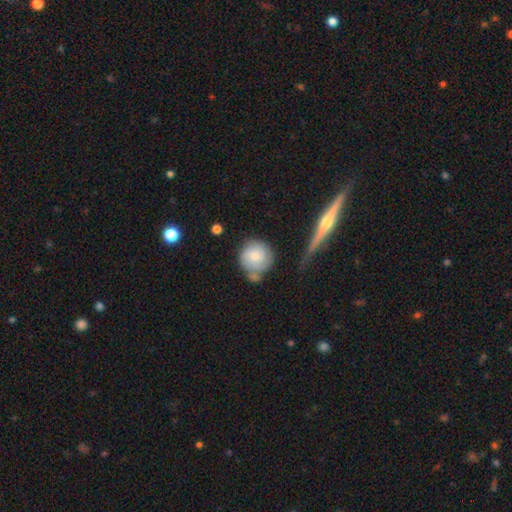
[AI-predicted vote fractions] This appears to be a smooth galaxy with no disk features (60%) that is round (90%). Merging: none (52%).